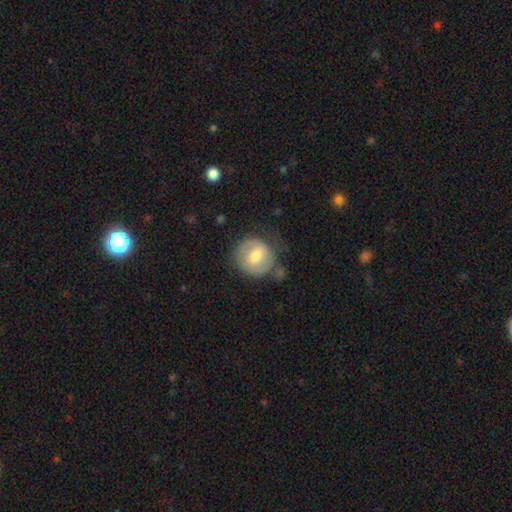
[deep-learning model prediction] Morphology: type=smooth (52%); roundness=round (85%); merging=none (57%).